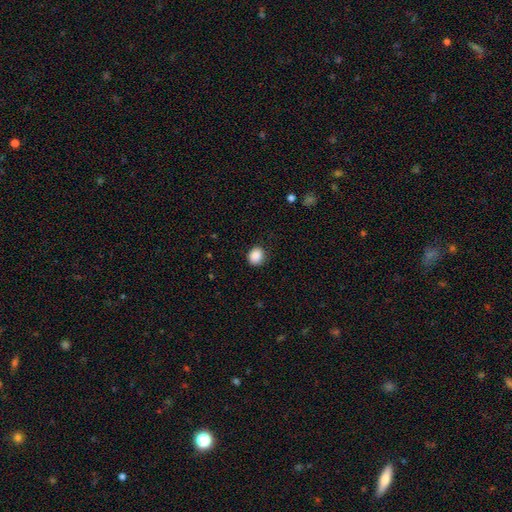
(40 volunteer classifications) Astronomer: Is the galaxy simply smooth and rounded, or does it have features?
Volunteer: smooth — 88%.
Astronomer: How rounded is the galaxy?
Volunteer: round — 74%.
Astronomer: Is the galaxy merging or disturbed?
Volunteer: none — 75%.